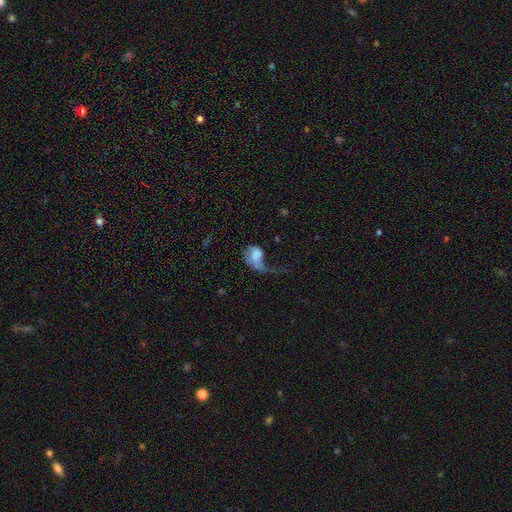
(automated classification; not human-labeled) This is possibly a smooth galaxy (57%). How rounded: likely in between (67%). Merging: likely major disturbance (66%).